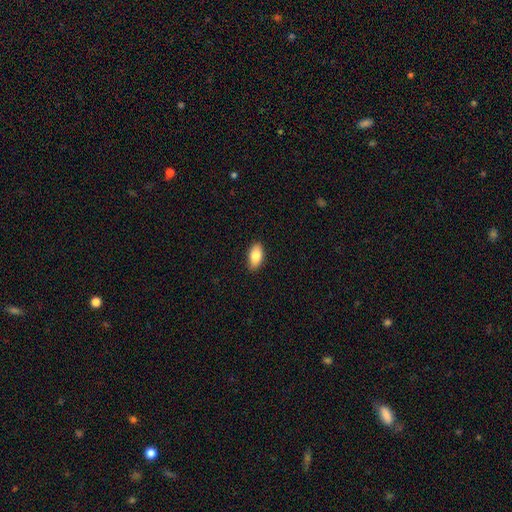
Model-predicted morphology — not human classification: Overall: smooth (83%). How rounded: in between (92%). Merging: none (89%).